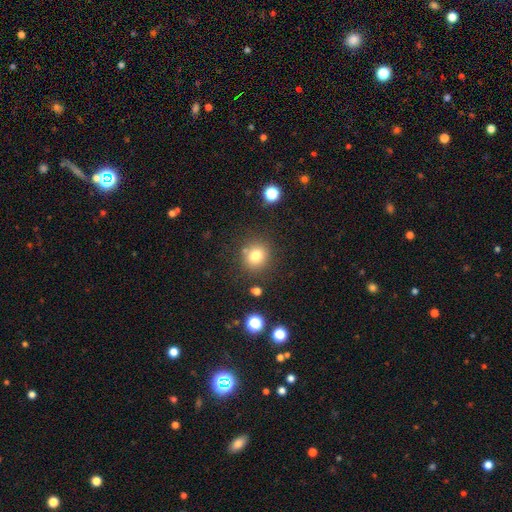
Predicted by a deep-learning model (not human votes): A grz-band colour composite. It shows a smooth galaxy with no disk features (78%) that is round (85%). Merging: none (82%).